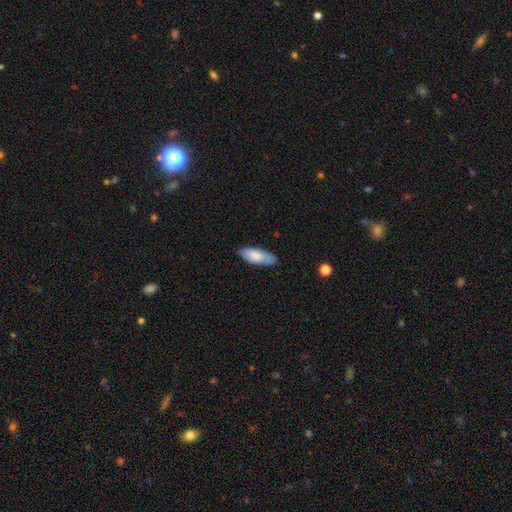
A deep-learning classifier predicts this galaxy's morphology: smooth-or-featured: smooth: 80% | featured or disk: 14% | star or artifact: 6%
  how-rounded: in between: 80% | cigar-shaped: 18% | round: 2%
  merging: none: 81% | minor disturbance: 15% | major disturbance: 3% | merger: 1%